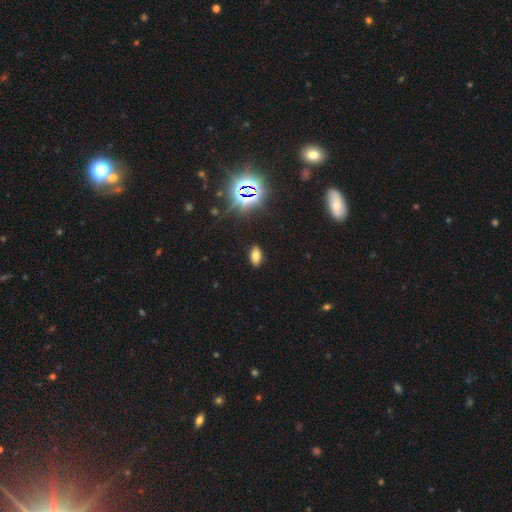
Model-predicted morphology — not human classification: smooth-or-featured: smooth: 70% | star or artifact: 22% | featured or disk: 8%
  how-rounded: in between: 91% | round: 5% | cigar-shaped: 4%
  merging: none: 89% | minor disturbance: 8% | major disturbance: 2% | merger: 1%